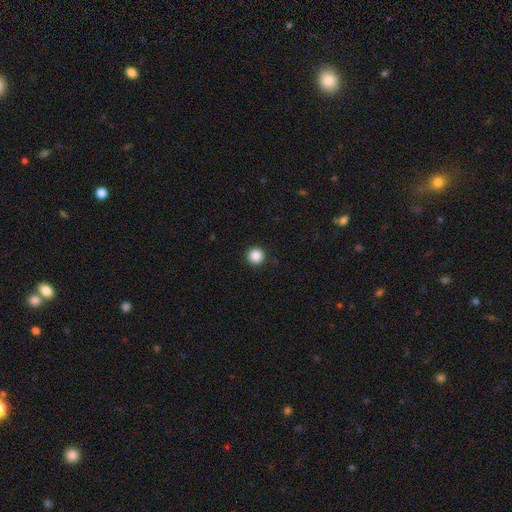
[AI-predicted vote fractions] smooth-or-featured: smooth: 87% | star or artifact: 10% | featured or disk: 3%
  how-rounded: round: 97% | in between: 3% | cigar-shaped: 1%
  merging: none: 92% | minor disturbance: 5% | major disturbance: 2% | merger: 1%